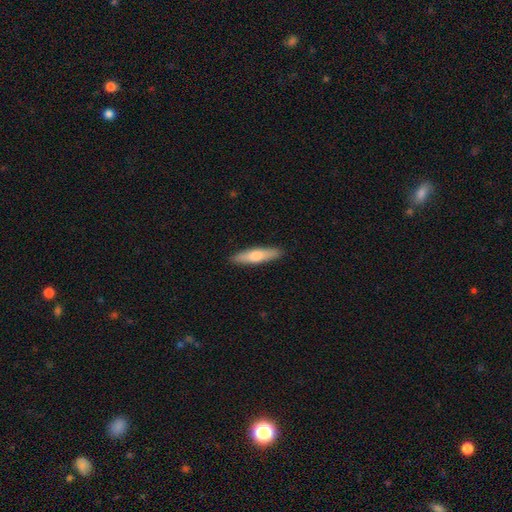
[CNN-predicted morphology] smooth 67%, featured or disk 28%, star or artifact 5%. Down the decision tree: how rounded — cigar-shaped (81%); merging — none (90%).